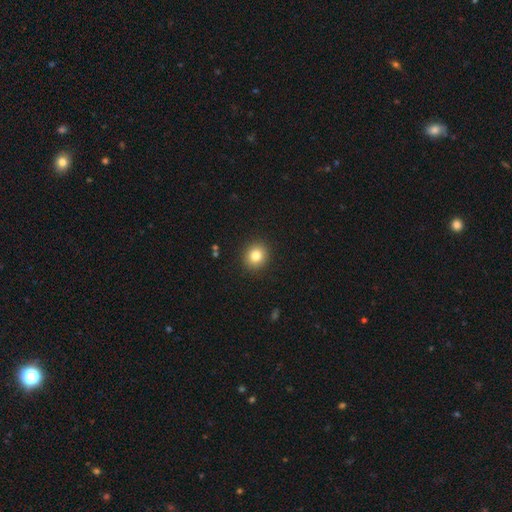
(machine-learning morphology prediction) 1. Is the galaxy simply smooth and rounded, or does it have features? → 81% smooth, 11% star or artifact, 8% featured or disk.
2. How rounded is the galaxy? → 83% round, 16% in between, 1% cigar-shaped.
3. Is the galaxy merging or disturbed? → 91% none, 6% minor disturbance, 2% major disturbance, 1% merger.